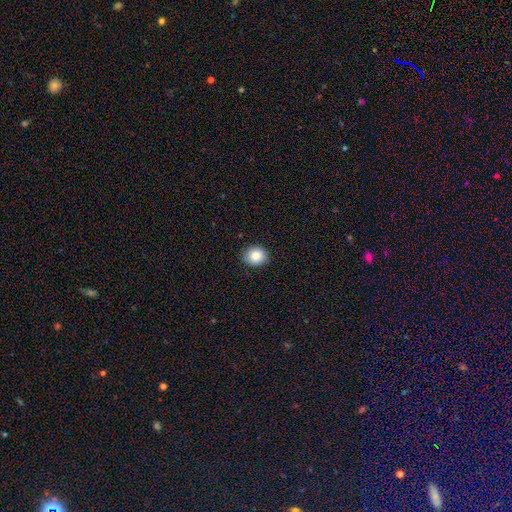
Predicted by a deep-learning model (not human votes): This appears to be a smooth galaxy with no disk features (85%) that is round (75%). Merging: none (88%).